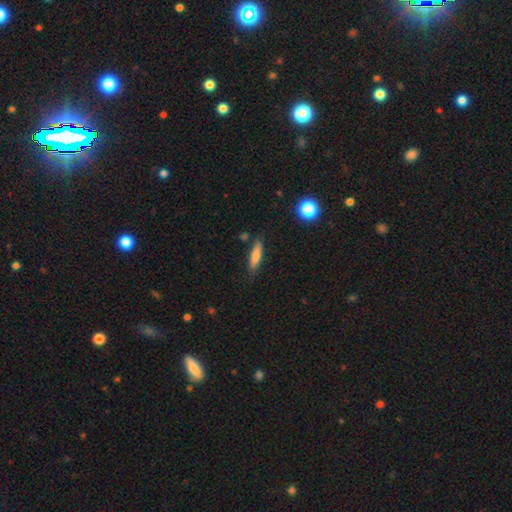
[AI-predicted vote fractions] smooth_or_featured: smooth (p=0.75) [alt: featured or disk p=0.17]
how_rounded: cigar-shaped (p=0.75) [alt: in between p=0.23]
merging: none (p=0.77) [alt: minor disturbance p=0.16]